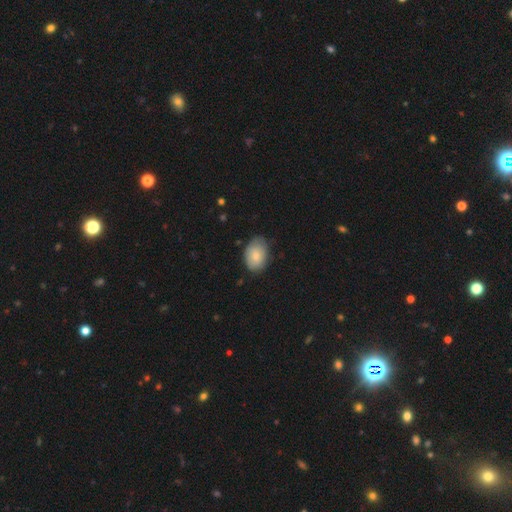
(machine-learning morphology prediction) Smooth or featured? smooth (79%)
How rounded? in between (84%)
Merging? none (72%)